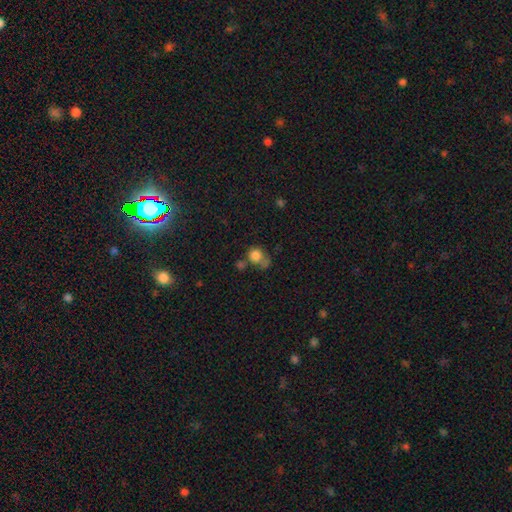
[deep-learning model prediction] The model was most divided on "merging": none: 42%, merger: 25%, minor disturbance: 20%, major disturbance: 14%. More confident: how rounded — round (80%); smooth or featured — smooth (79%).